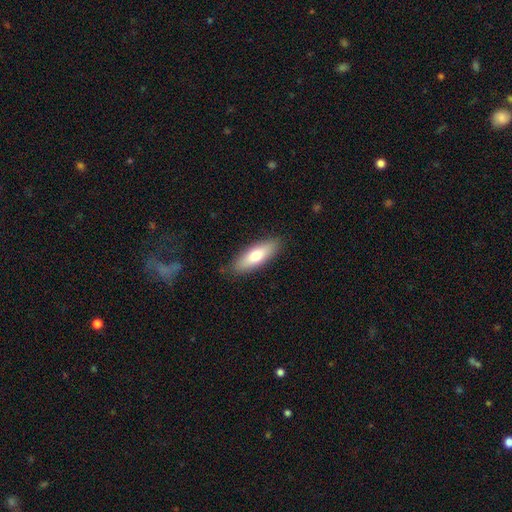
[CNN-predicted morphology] Smooth or featured: smooth — 71% (featured or disk — 23%)
How rounded: in between — 59% (cigar-shaped — 39%)
Merging: none — 87% (minor disturbance — 10%)